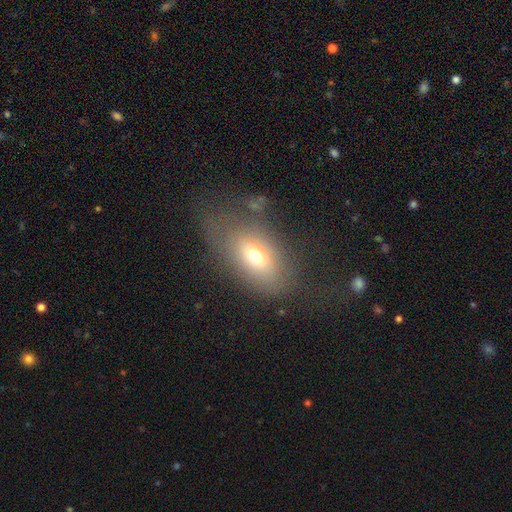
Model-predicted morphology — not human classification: smooth_or_featured: smooth (p=0.66) [alt: featured or disk p=0.22]
how_rounded: in between (p=0.85) [alt: round p=0.11]
merging: none (p=0.53) [alt: minor disturbance p=0.23]